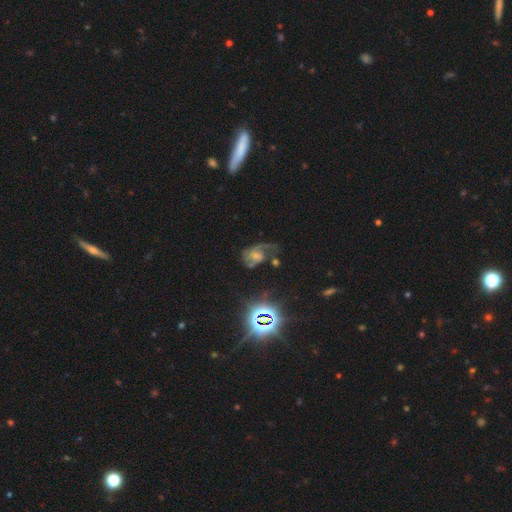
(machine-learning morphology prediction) This appears to be a featured or disk galaxy (62%) with no bar (74%), spiral arms (81%) and a small central bulge (43%). Merging: major disturbance (46%).